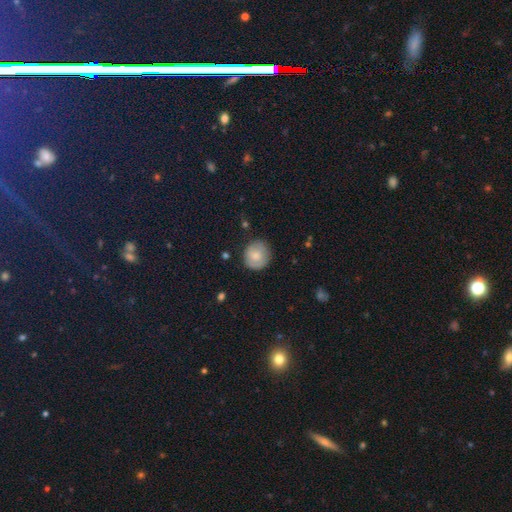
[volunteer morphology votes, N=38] Smooth or featured? 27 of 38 (71%) said smooth. How rounded? 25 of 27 (93%) said round. Merging? 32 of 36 (89%) said none.